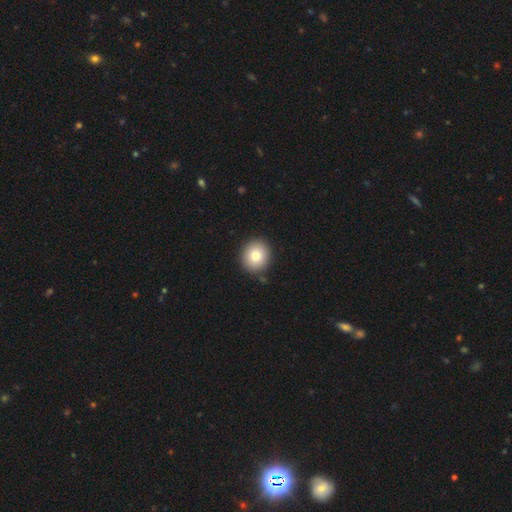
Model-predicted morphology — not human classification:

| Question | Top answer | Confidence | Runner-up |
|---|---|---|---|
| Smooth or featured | smooth | 79% | featured or disk (11%) |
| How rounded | round | 88% | in between (11%) |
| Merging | none | 89% | minor disturbance (7%) |